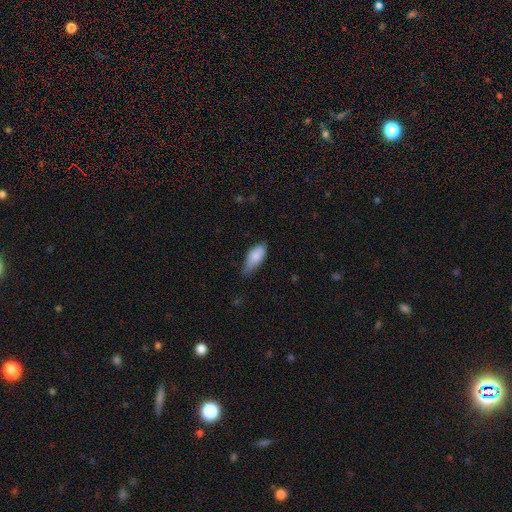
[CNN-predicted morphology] Smooth or featured?
  - smooth: 84% *
  - featured or disk: 10%
  - star or artifact: 6%
How rounded?
  - in between: 82% *
  - cigar-shaped: 15%
  - round: 2%
Merging?
  - none: 45% *
  - minor disturbance: 44%
  - major disturbance: 9%
  - merger: 2%